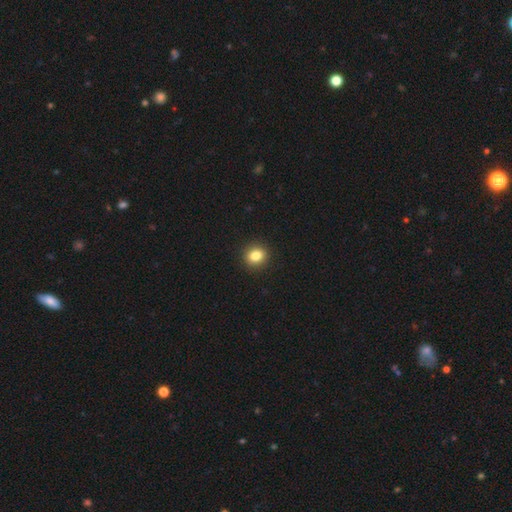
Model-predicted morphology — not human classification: Smooth or featured? smooth (83%)
How rounded? round (71%)
Merging? none (92%)